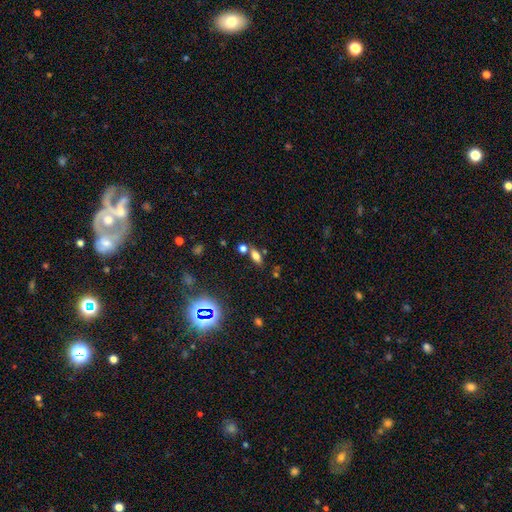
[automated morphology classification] Q: Smooth or featured?
A: smooth (71%); runner-up: star or artifact (17%)
Q: How rounded?
A: in between (80%); runner-up: cigar-shaped (13%)
Q: Merging?
A: none (65%); runner-up: merger (19%)